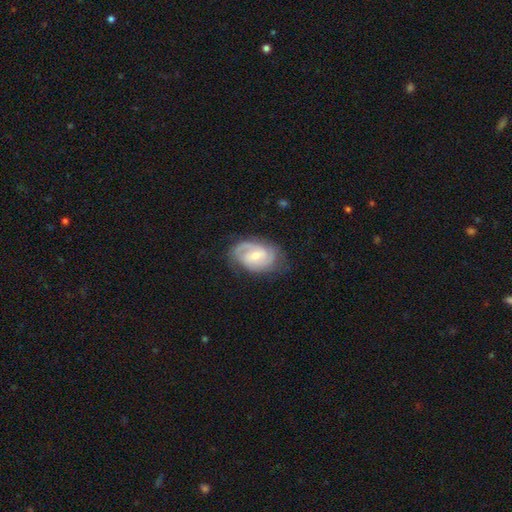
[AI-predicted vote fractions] A featured or disk galaxy (75%) with a weak bar (48%), 2 (53%) tight (47%) spiral arms (93%) and a small central bulge (50%).

Vote fractions:
- Smooth or featured? featured or disk: 75% / smooth: 19% / star or artifact: 6%
- Edge-on disk? no: 97% / yes: 3%
- Bar? weak: 48% / no: 41% / strong: 11%
- Spiral arms? yes: 93% / no: 7%
- Spiral winding? tight: 47% / medium: 40% / loose: 13%
- Spiral arm count? 2: 53% / can't tell: 22% / 3: 12% / 1: 8% / 4: 3% / more than 4: 2%
- Bulge size? small: 50% / moderate: 45% / large: 2% / none: 2% / dominant: 1%
- Merging? none: 69% / minor disturbance: 21% / major disturbance: 9% / merger: 1%